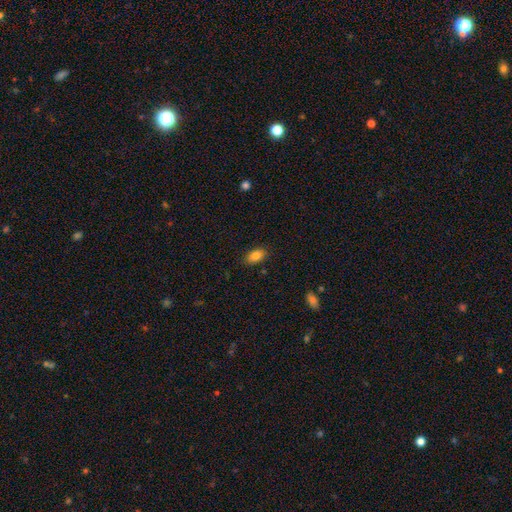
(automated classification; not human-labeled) smooth 83%, featured or disk 8%, star or artifact 8%. Down the decision tree: how rounded — in between (90%); merging — none (86%).